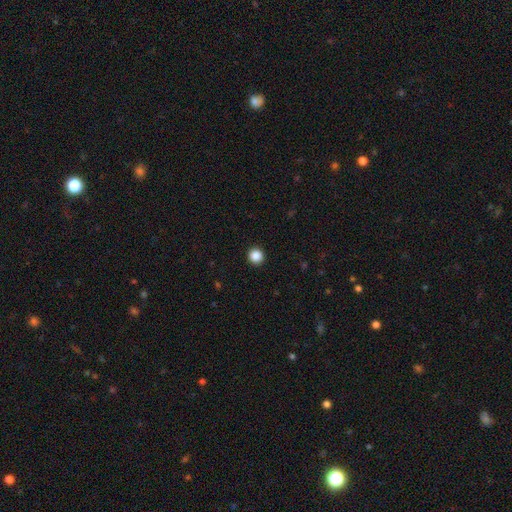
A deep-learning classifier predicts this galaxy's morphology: A smooth galaxy with no disk features (88%) that is round (95%). Merging: none (93%).